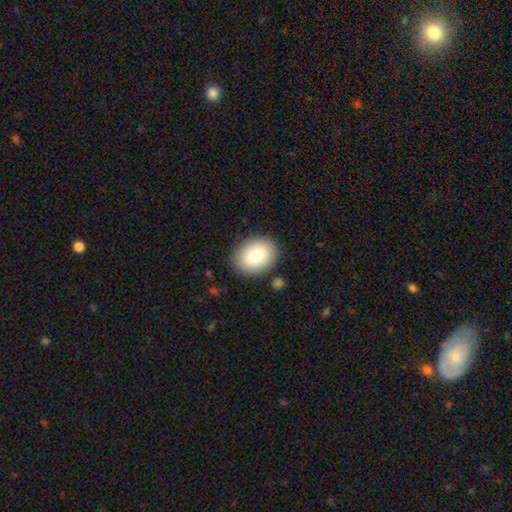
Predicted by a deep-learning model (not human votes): Q: Smooth or featured?
A: smooth (77%); runner-up: featured or disk (16%)
Q: How rounded?
A: in between (65%); runner-up: round (34%)
Q: Merging?
A: none (86%); runner-up: minor disturbance (9%)